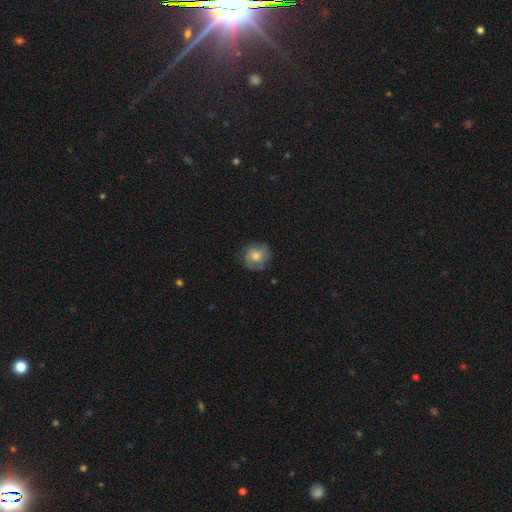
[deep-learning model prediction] smooth-or-featured: smooth: 46% | featured or disk: 45% | star or artifact: 9%
  merging: none: 73% | minor disturbance: 19% | major disturbance: 7% | merger: 1%